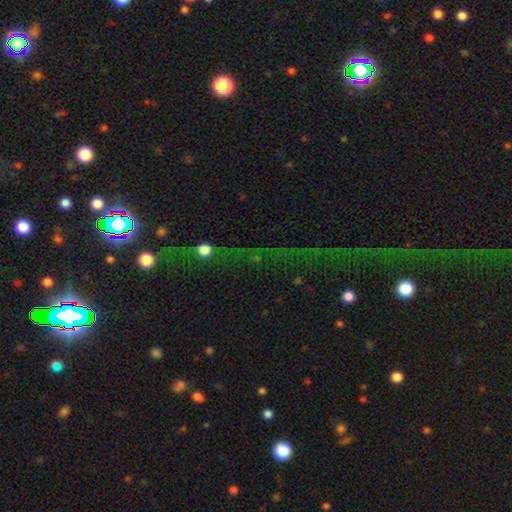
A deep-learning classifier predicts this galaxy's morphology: Overall: star or artifact (77%).